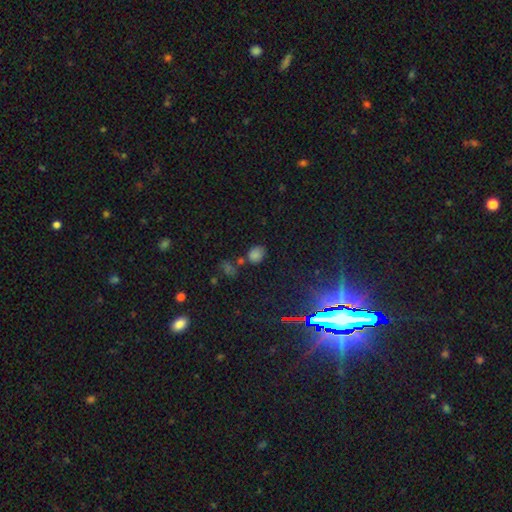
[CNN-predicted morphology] star or artifact 72%, smooth 16%, featured or disk 12%.